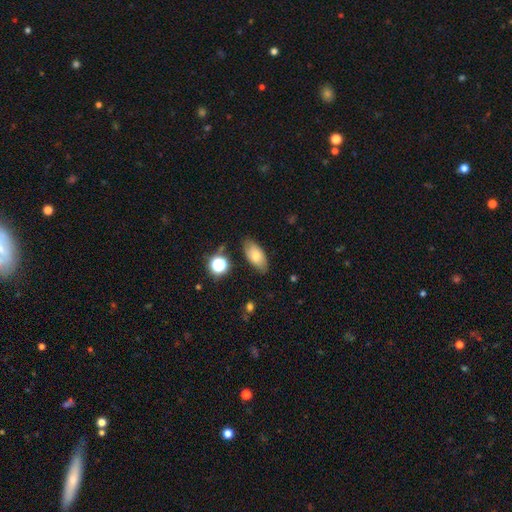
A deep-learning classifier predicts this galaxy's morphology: Overall: smooth (73%). How rounded: in between (89%). Merging: none (79%).